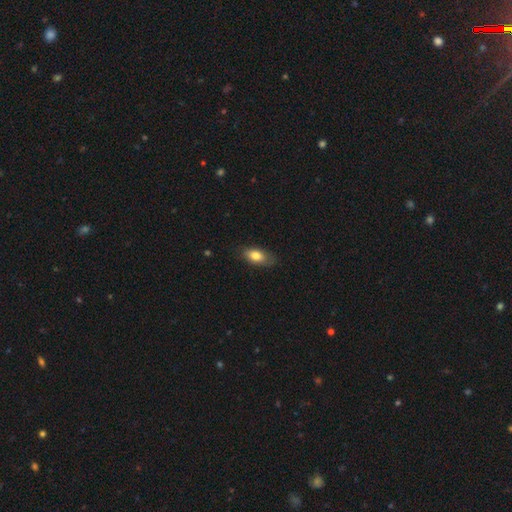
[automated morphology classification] Q: Smooth or featured?
A: smooth (78%); runner-up: featured or disk (15%)
Q: How rounded?
A: in between (86%); runner-up: cigar-shaped (7%)
Q: Merging?
A: none (76%); runner-up: minor disturbance (19%)